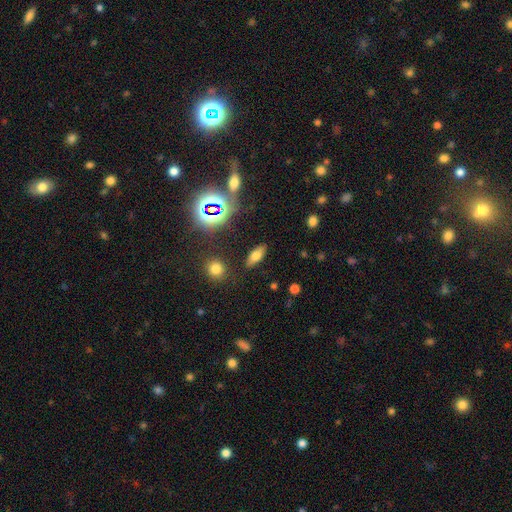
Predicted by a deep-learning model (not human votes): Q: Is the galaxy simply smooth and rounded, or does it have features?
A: smooth — 65%.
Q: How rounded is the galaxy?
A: in between — 77%.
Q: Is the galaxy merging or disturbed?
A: none — 85%.